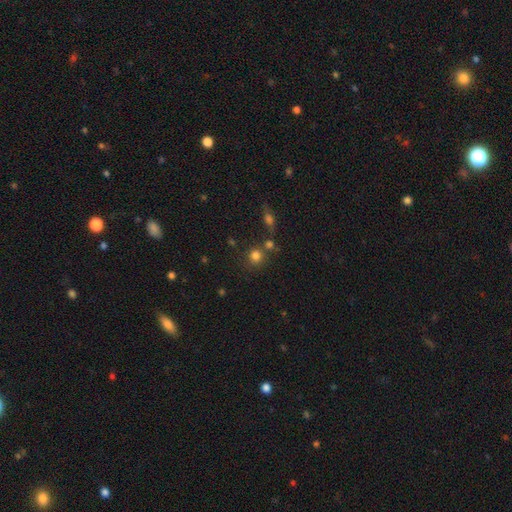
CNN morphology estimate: smooth 78%, star or artifact 15%, featured or disk 7%. Down the decision tree: how rounded — round (89%); merging — none (66%).